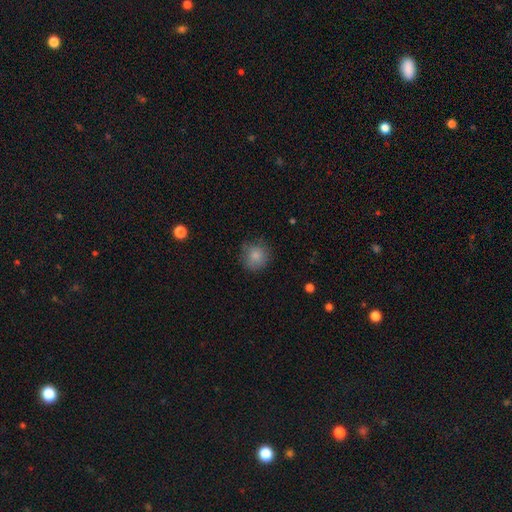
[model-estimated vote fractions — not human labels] Morphology: type=smooth (83%); roundness=round (88%); merging=none (75%).